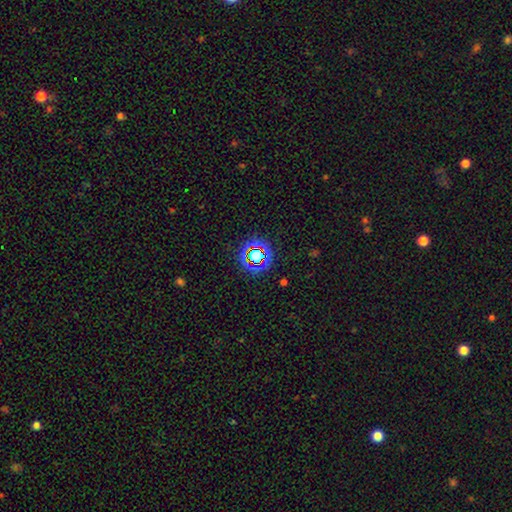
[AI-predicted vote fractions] Smooth or featured? star or artifact (68%)